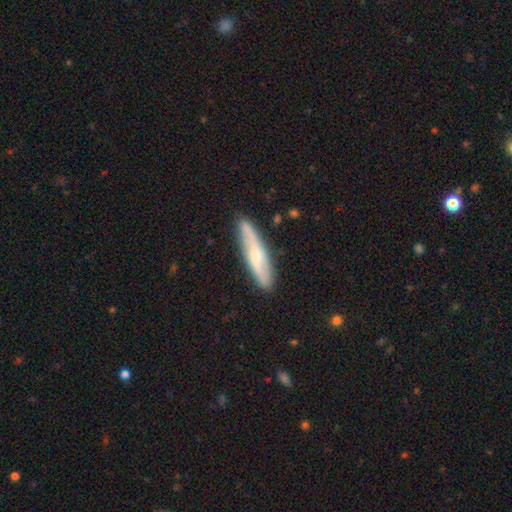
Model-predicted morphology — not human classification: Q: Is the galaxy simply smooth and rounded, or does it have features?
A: featured or disk — 49%.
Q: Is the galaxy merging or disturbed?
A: none — 83%.